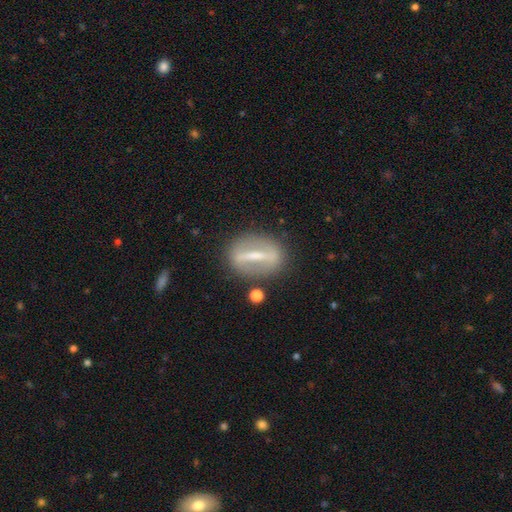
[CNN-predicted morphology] Smooth or featured: featured or disk — 69% (smooth — 23%)
Edge-on disk: no — 67% (yes — 33%)
Merging: none — 82% (minor disturbance — 11%)